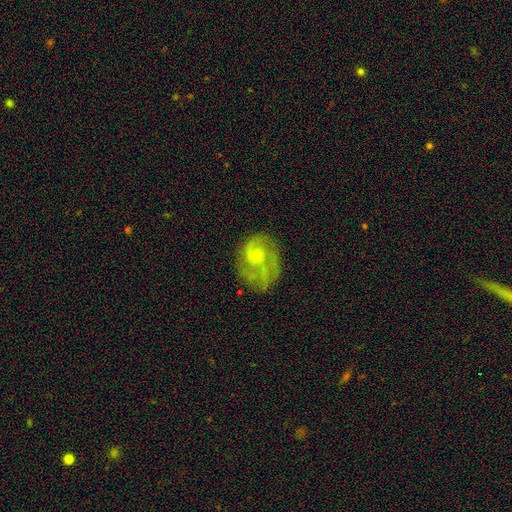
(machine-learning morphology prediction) Overall: featured or disk (63%; smooth 29%). Edge-on disk: no (98%). Bar: no (64%; weak 32%). Spiral arms: yes (75%). Bulge size: moderate (37%; small 32%). Merging: none (52%; minor disturbance 24%).